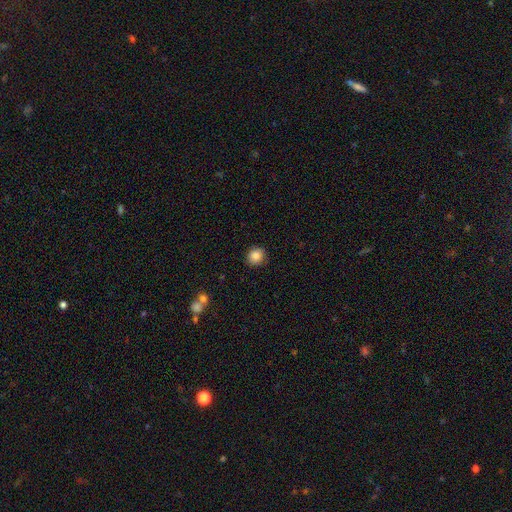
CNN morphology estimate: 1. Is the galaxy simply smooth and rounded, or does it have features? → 85% smooth, 10% star or artifact, 5% featured or disk.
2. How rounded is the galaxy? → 89% round, 10% in between, 1% cigar-shaped.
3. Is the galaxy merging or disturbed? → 89% none, 8% minor disturbance, 2% major disturbance, 1% merger.